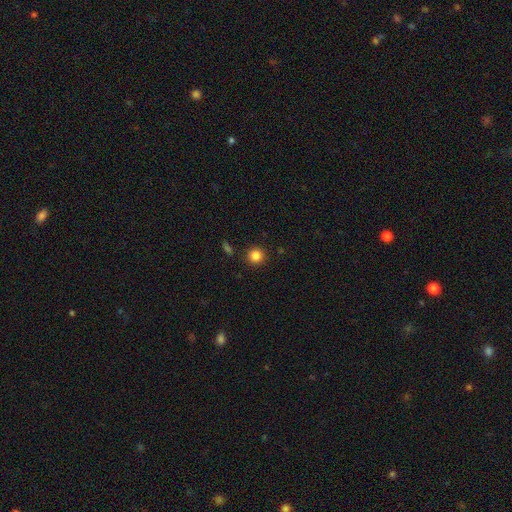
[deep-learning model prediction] Morphology: type=smooth (84%); roundness=round (94%); merging=none (90%).